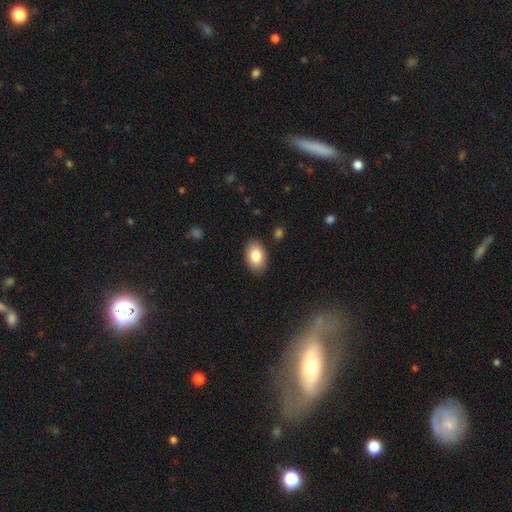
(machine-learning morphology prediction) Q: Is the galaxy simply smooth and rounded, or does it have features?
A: smooth — 83%.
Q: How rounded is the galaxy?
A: in between — 90%.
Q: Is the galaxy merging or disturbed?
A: none — 88%.